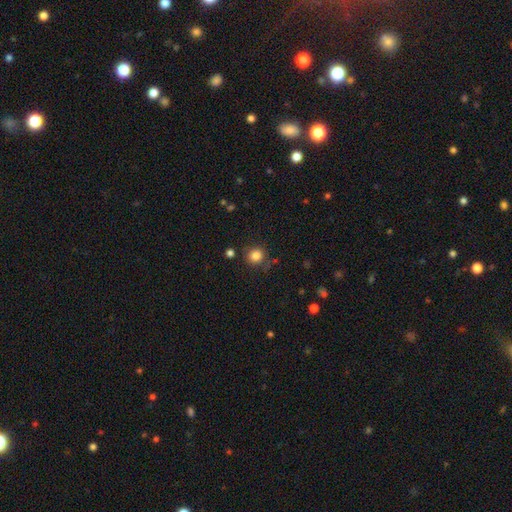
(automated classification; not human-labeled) Overall: smooth (84%). How rounded: round (85%). Merging: none (81%).